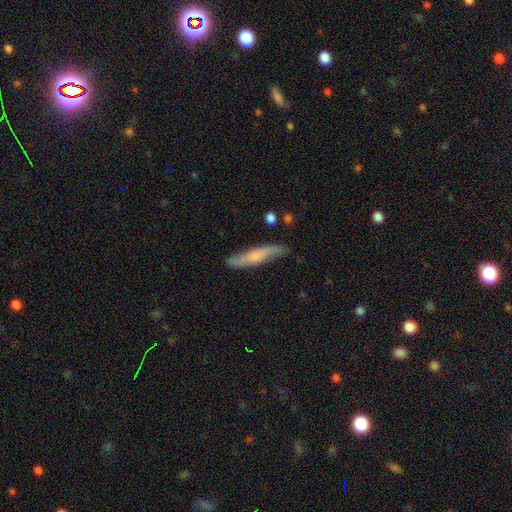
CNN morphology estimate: This appears to be a smooth galaxy with no disk features (48%). Merging: none (77%).